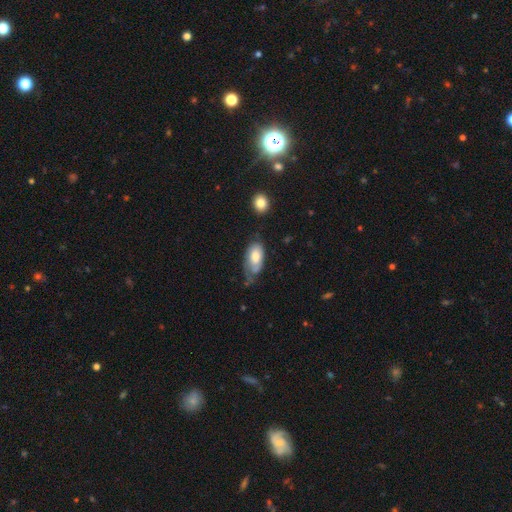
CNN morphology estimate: Q: Smooth or featured?
A: smooth (59%); runner-up: featured or disk (34%)
Q: How rounded?
A: in between (91%); runner-up: cigar-shaped (5%)
Q: Merging?
A: minor disturbance (37%); runner-up: none (33%)